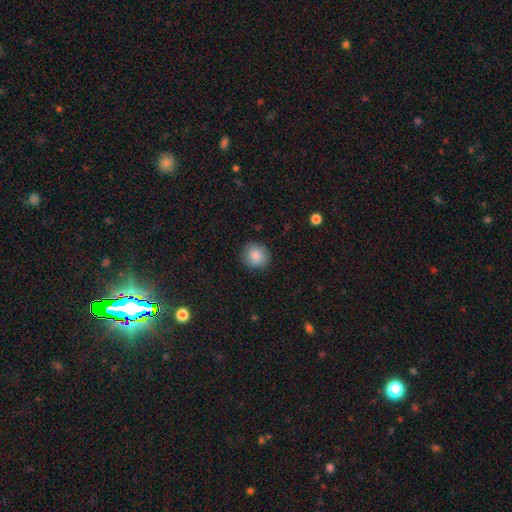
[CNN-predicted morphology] smooth_or_featured: smooth (p=0.87) [alt: star or artifact p=0.08]
how_rounded: round (p=0.85) [alt: in between p=0.14]
merging: none (p=0.88) [alt: minor disturbance p=0.09]